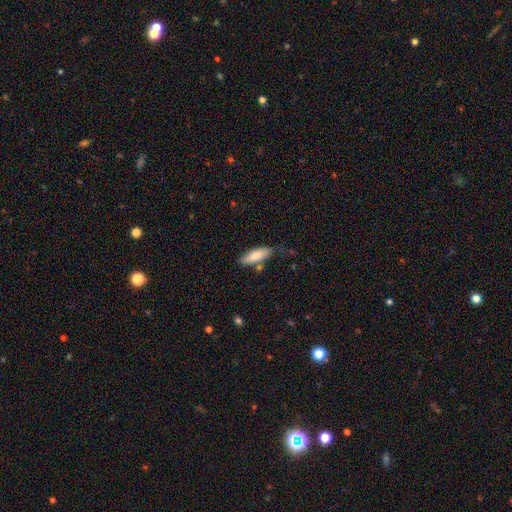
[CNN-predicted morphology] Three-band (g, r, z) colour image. It shows a smooth galaxy with no disk features (82%) that is in between round and cigar-shaped (65%). Merging: none (63%).